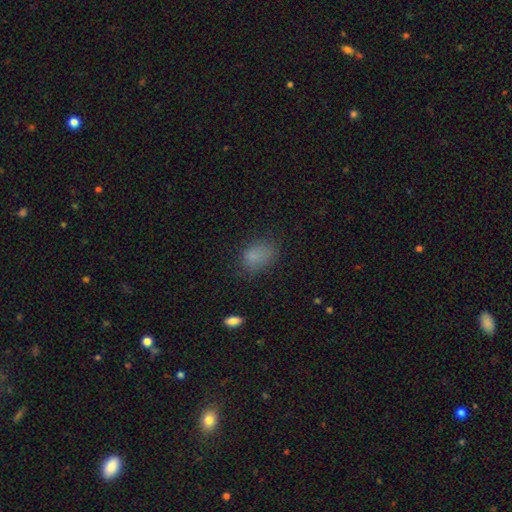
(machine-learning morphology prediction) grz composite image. It shows a smooth galaxy with no disk features (80%) that is in between round and cigar-shaped (75%). Merging: none (64%).